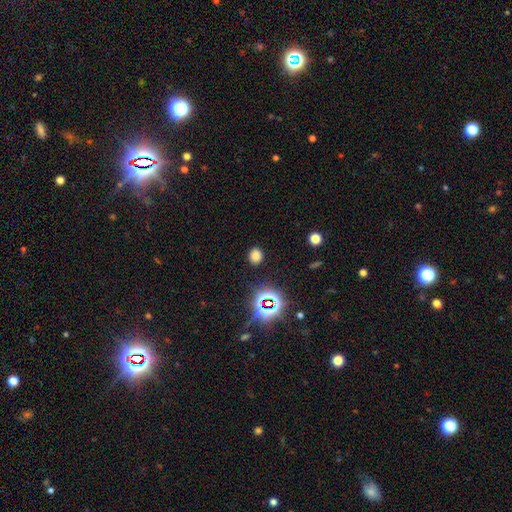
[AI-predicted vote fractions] smooth 71%, star or artifact 24%, featured or disk 5%. Down the decision tree: how rounded — round (68%); merging — none (87%).